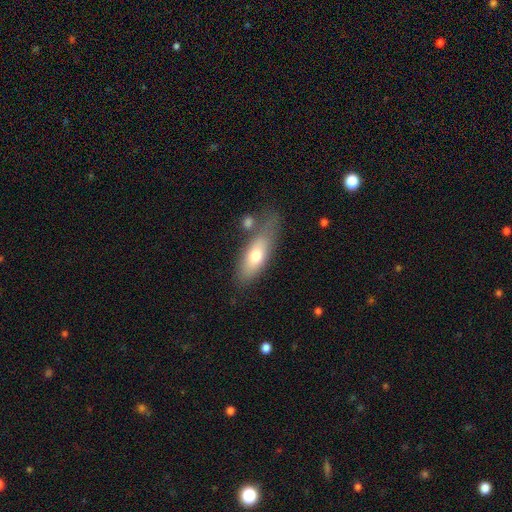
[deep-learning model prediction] smooth 67%, featured or disk 27%, star or artifact 7%. Down the decision tree: how rounded — in between (67%); merging — none (56%).